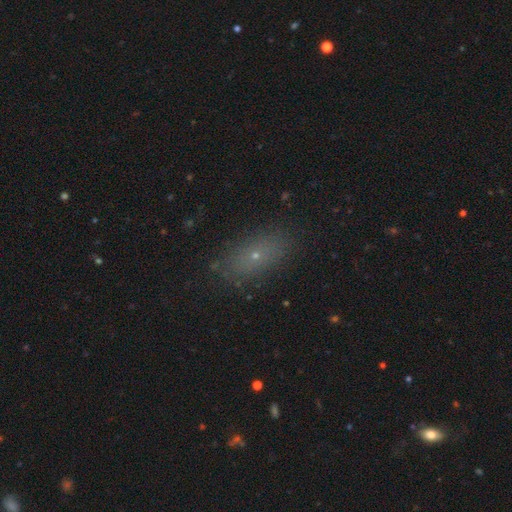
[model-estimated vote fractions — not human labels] smooth 63%, star or artifact 19%, featured or disk 18%. Down the decision tree: how rounded — in between (79%); merging — none (83%).